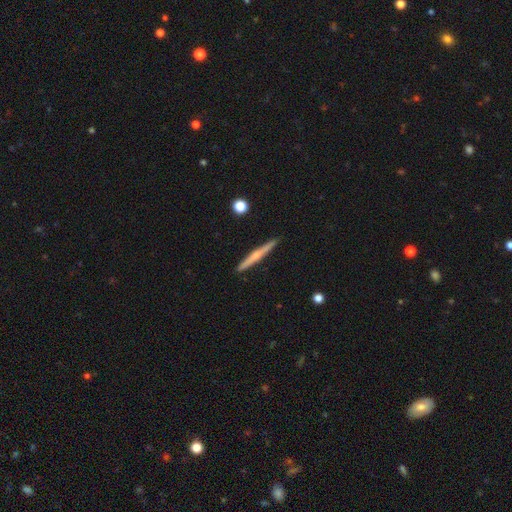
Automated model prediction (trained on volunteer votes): A featured or disk galaxy (61%) viewed edge-on (98%) with a rounded central bulge (69%).

Vote fractions:
- Smooth or featured? featured or disk: 61% / smooth: 33% / star or artifact: 6%
- Edge-on disk? yes: 98% / no: 2%
- Edge-on bulge? rounded: 69% / none: 27% / boxy: 5%
- Merging? none: 91% / minor disturbance: 6% / major disturbance: 1% / merger: 1%